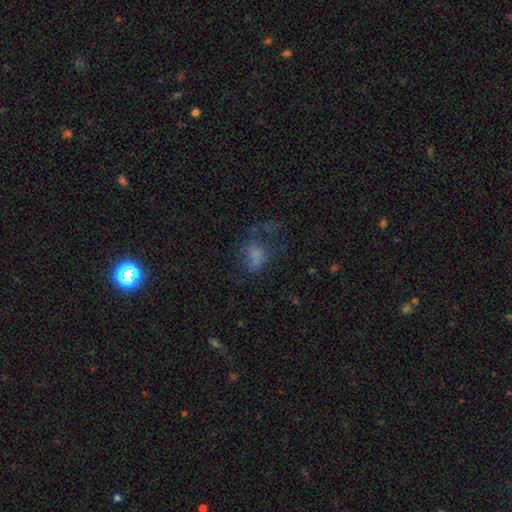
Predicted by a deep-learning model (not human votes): A smooth galaxy with no disk features (59%) that is in between round and cigar-shaped (66%). Merging: major disturbance (44%).